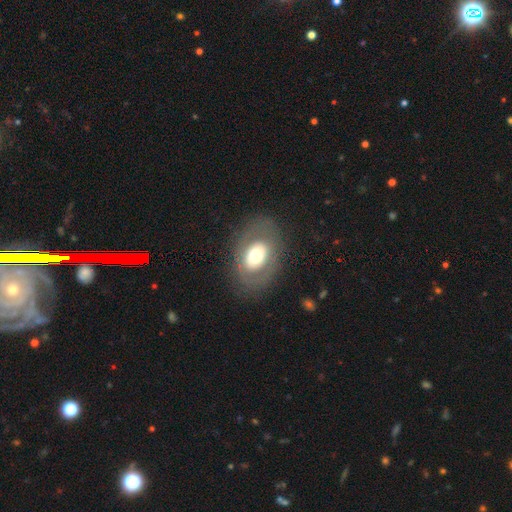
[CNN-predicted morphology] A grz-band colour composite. It shows a smooth galaxy with no disk features (50%) that is in between round and cigar-shaped (73%). Merging: none (79%).